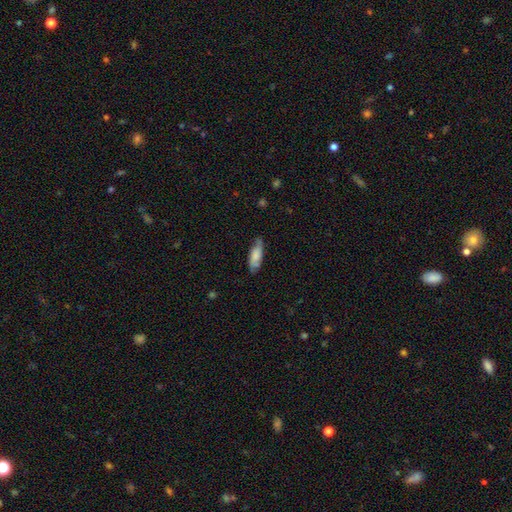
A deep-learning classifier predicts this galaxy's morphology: Smooth or featured: smooth — 68% (featured or disk — 26%)
How rounded: in between — 59% (cigar-shaped — 39%)
Merging: none — 70% (minor disturbance — 24%)